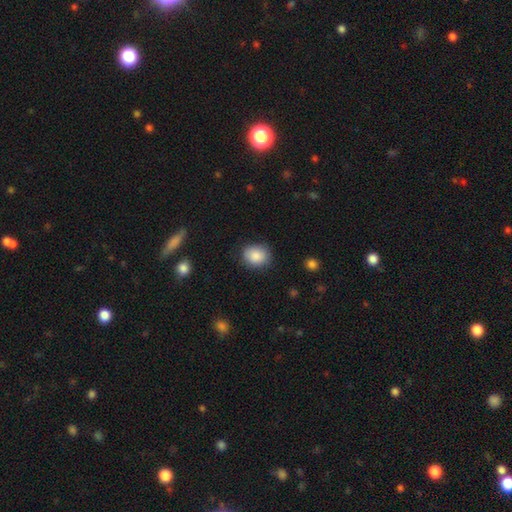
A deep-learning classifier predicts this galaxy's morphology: smooth-or-featured: smooth: 88% | star or artifact: 8% | featured or disk: 4%
  how-rounded: round: 58% | in between: 41% | cigar-shaped: 1%
  merging: none: 83% | minor disturbance: 13% | major disturbance: 3% | merger: 1%